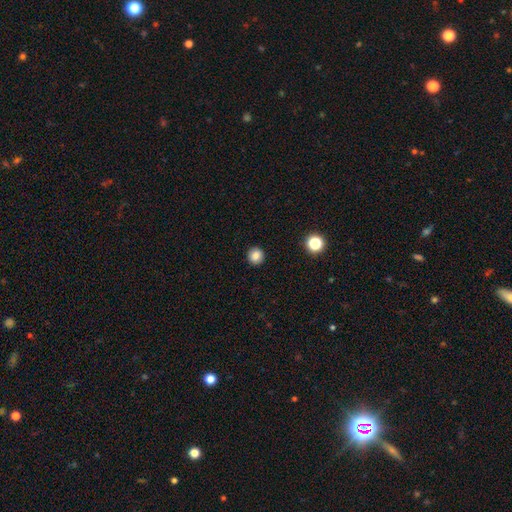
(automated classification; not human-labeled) Smooth or featured? Predicted: smooth (p=0.85). How rounded? Predicted: round (p=0.95). Merging? Predicted: none (p=0.93).